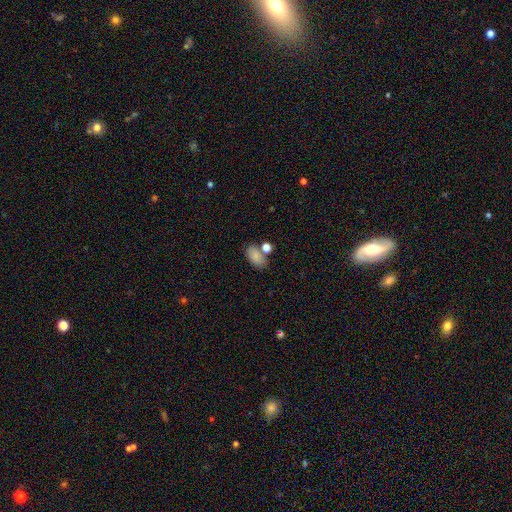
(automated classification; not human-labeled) This is clearly a smooth galaxy (82%). How rounded: clearly in between (90%). Merging: likely none (62%).